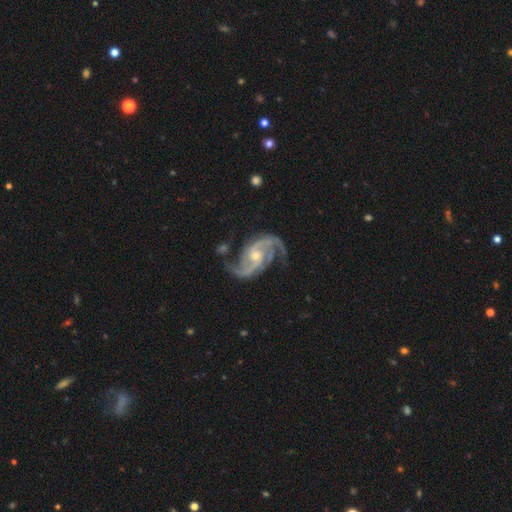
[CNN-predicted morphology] type=featured or disk (93%); edge-on=no (98%); bar=no (51%); spiral arms=yes (99%); winding=medium (55%); arm count=2 (68%); bulge=small (51%); merging=none (68%).